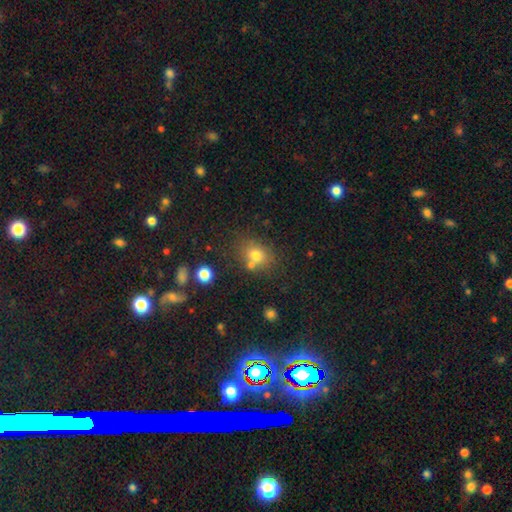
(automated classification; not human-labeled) The model was most divided on "how rounded": round: 54%, in between: 45%, cigar-shaped: 1%. More confident: smooth or featured — smooth (74%); merging — none (63%).